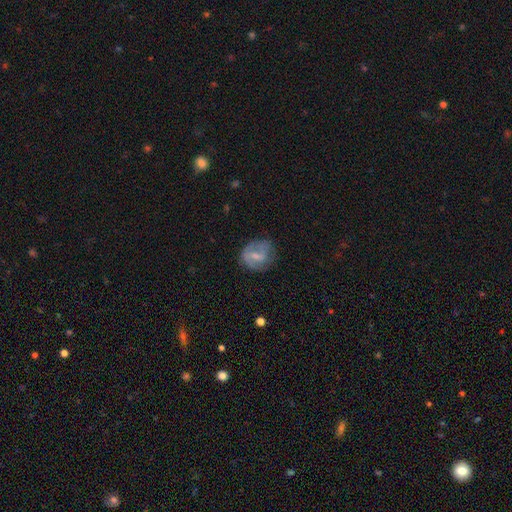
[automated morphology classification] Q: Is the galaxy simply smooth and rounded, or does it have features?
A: featured or disk — 54%.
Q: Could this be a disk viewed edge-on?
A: no — 97%.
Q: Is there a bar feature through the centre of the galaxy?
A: weak — 54%.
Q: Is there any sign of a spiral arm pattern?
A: yes — 68%.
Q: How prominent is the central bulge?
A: small — 46%.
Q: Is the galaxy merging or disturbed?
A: none — 59%.